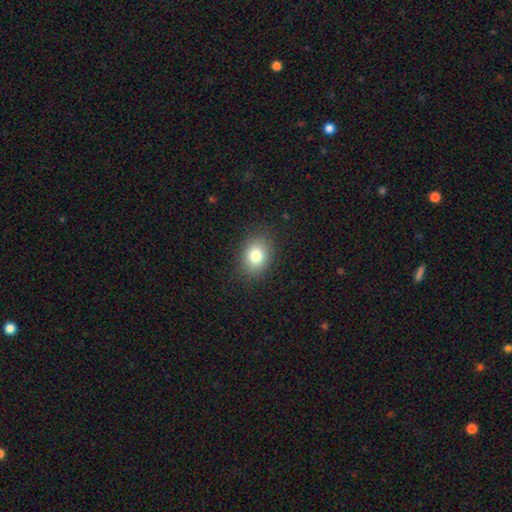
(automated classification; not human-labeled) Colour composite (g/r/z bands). It shows a smooth galaxy with no disk features (79%) that is in between round and cigar-shaped (59%). Merging: none (87%).